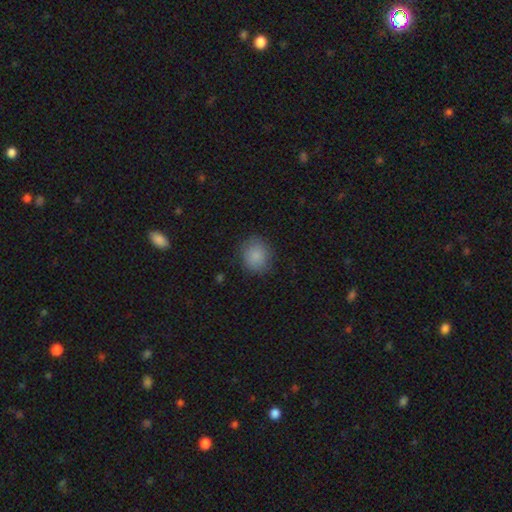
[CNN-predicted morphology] smooth-or-featured: smooth: 86% | star or artifact: 8% | featured or disk: 5%
  how-rounded: round: 73% | in between: 26% | cigar-shaped: 1%
  merging: none: 82% | minor disturbance: 13% | major disturbance: 4% | merger: 1%